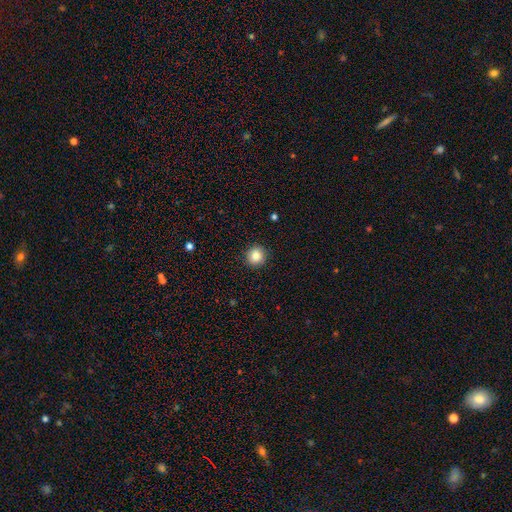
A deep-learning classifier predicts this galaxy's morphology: Smooth or featured: smooth — 86% (star or artifact — 9%)
How rounded: round — 91% (in between — 8%)
Merging: none — 91% (minor disturbance — 6%)